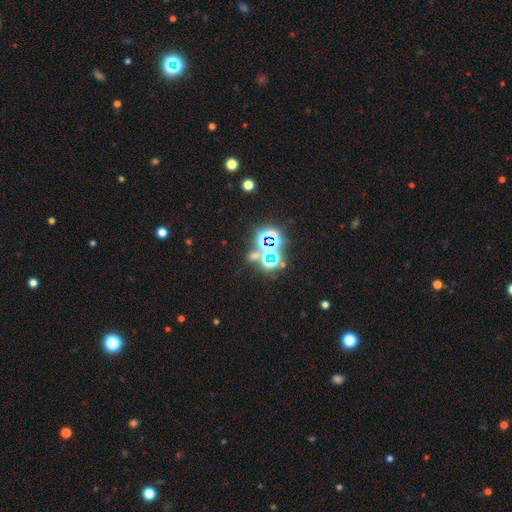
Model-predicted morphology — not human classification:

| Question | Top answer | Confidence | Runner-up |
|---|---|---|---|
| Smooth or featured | star or artifact | 66% | smooth (25%) |